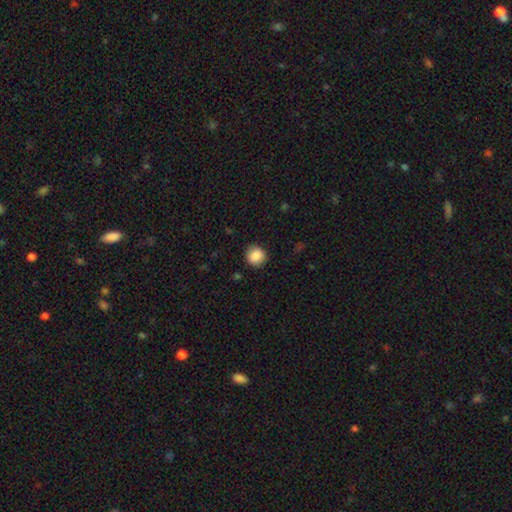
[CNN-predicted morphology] Q: Smooth or featured?
A: smooth (88%); runner-up: star or artifact (9%)
Q: How rounded?
A: round (90%); runner-up: in between (9%)
Q: Merging?
A: none (89%); runner-up: minor disturbance (8%)